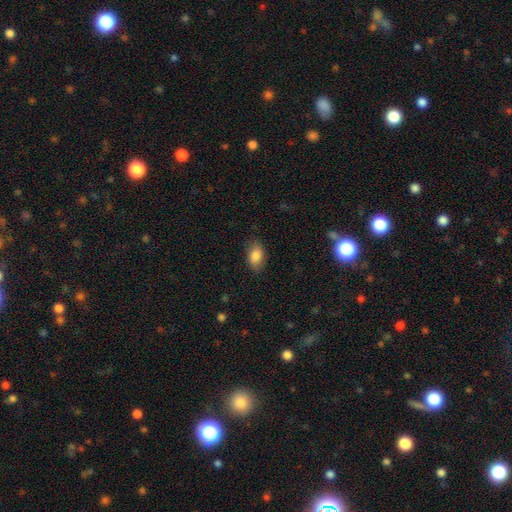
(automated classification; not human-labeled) This appears to be a smooth galaxy with no disk features (85%) that is in between round and cigar-shaped (90%). Merging: none (82%).